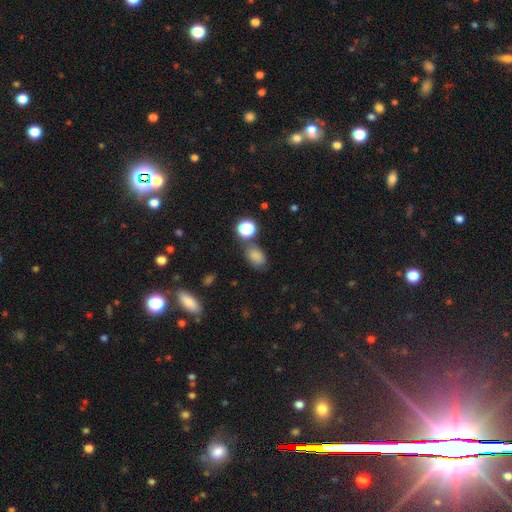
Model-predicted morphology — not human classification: smooth-or-featured: smooth: 78% | star or artifact: 16% | featured or disk: 6%
  how-rounded: in between: 73% | round: 26% | cigar-shaped: 1%
  merging: none: 69% | minor disturbance: 16% | merger: 10% | major disturbance: 5%